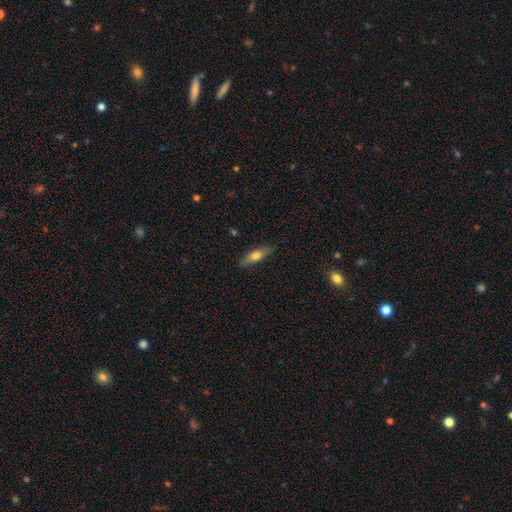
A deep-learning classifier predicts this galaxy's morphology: Smooth or featured?
  - smooth: 62% *
  - featured or disk: 31%
  - star or artifact: 7%
How rounded?
  - cigar-shaped: 53% *
  - in between: 44%
  - round: 3%
Merging?
  - none: 85% *
  - minor disturbance: 12%
  - major disturbance: 2%
  - merger: 1%